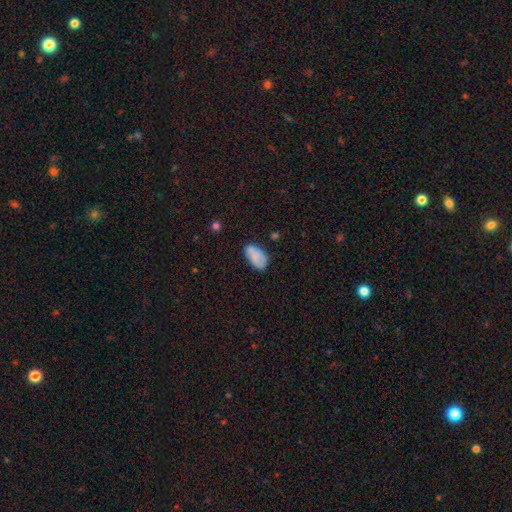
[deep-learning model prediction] Smooth or featured? Predicted: smooth (p=0.80). How rounded? Predicted: in between (p=0.94). Merging? Predicted: none (p=0.68).